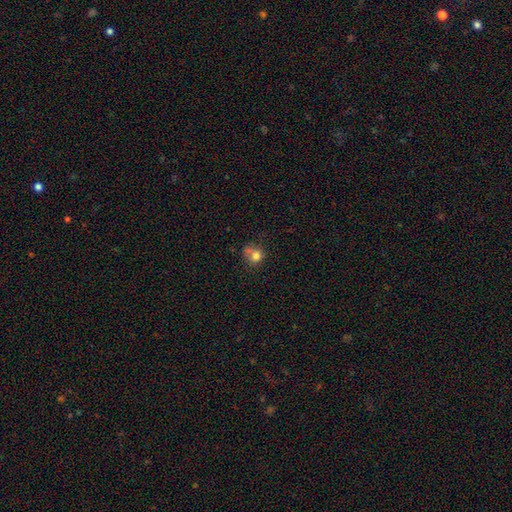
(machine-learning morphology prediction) Q: Smooth or featured?
A: smooth (76%); runner-up: star or artifact (13%)
Q: How rounded?
A: round (72%); runner-up: in between (27%)
Q: Merging?
A: none (41%); runner-up: minor disturbance (26%)